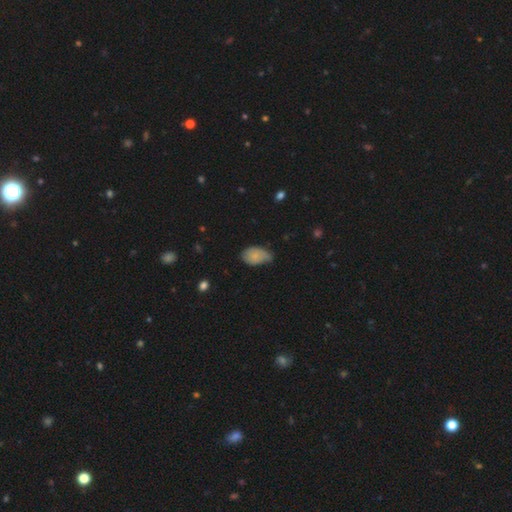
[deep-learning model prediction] A smooth galaxy with no disk features (79%) that is in between round and cigar-shaped (89%). Merging: minor disturbance (51%).